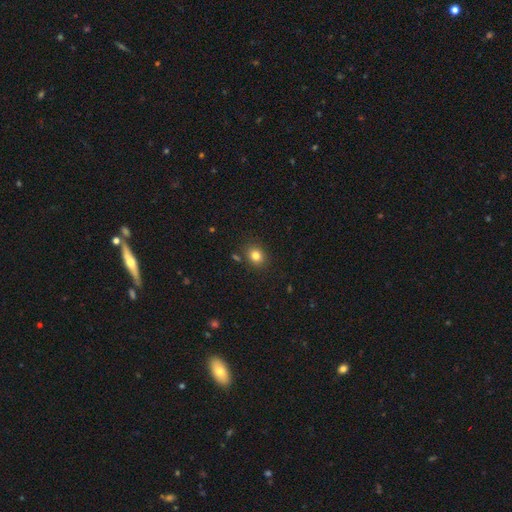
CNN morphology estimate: Smooth or featured? Predicted: smooth (p=0.81). How rounded? Predicted: round (p=0.65). Merging? Predicted: none (p=0.84).